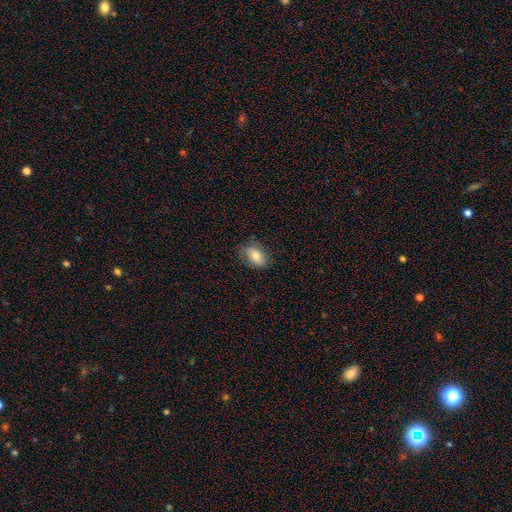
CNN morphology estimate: Smooth or featured? smooth (73%)
How rounded? in between (86%)
Merging? none (77%)